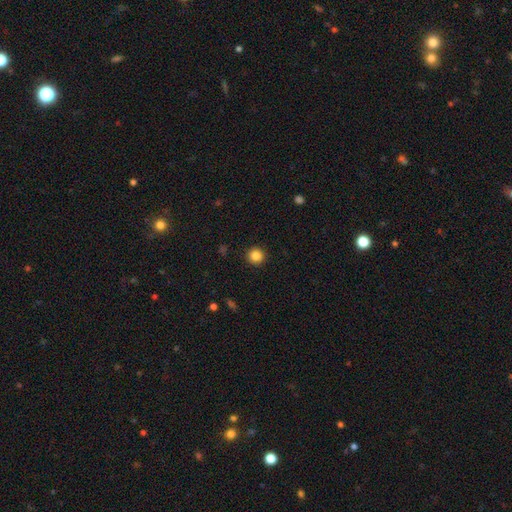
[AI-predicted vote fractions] A smooth galaxy with no disk features (86%) that is round (95%).

Vote fractions:
- Smooth or featured? smooth: 86% / star or artifact: 10% / featured or disk: 4%
- How rounded? round: 95% / in between: 4% / cigar-shaped: 1%
- Merging? none: 93% / minor disturbance: 5% / major disturbance: 2% / merger: 1%